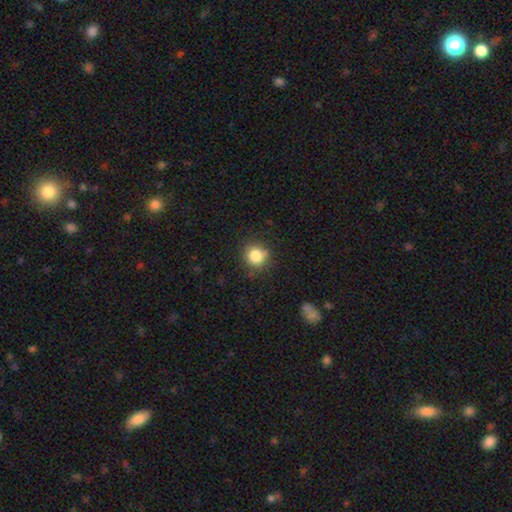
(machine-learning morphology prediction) Smooth or featured? Predicted: smooth (p=0.83). How rounded? Predicted: round (p=0.87). Merging? Predicted: none (p=0.79).